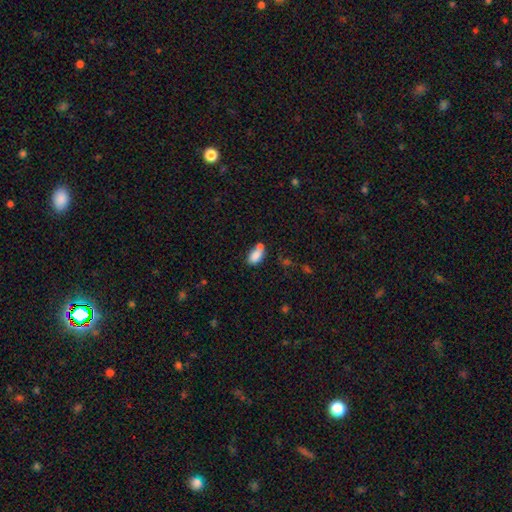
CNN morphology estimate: type=smooth (82%); roundness=in between (90%); merging=none (39%).